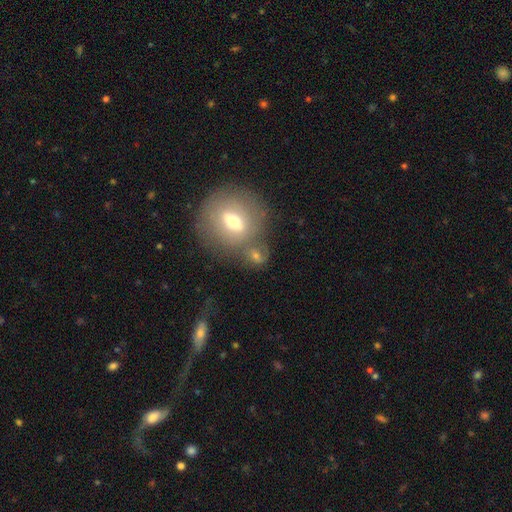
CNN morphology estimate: A smooth galaxy with no disk features (55%) that is round (53%).

Vote fractions:
- Smooth or featured? smooth: 55% / featured or disk: 31% / star or artifact: 14%
- How rounded? round: 53% / in between: 44% / cigar-shaped: 4%
- Merging? none: 44% / merger: 35% / minor disturbance: 12% / major disturbance: 9%